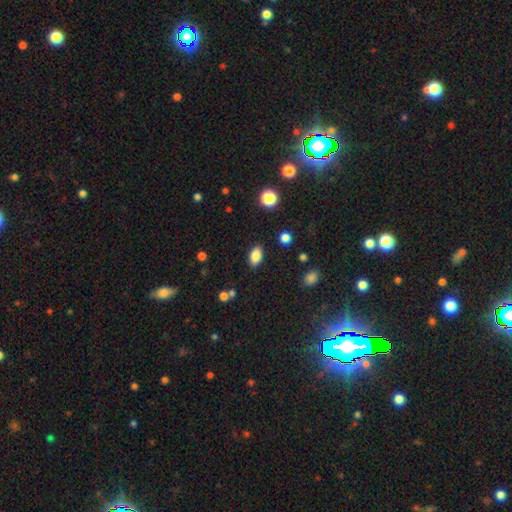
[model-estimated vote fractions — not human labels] The model was most divided on "smooth or featured": smooth: 85%, star or artifact: 9%, featured or disk: 6%. More confident: how rounded — in between (90%); merging — none (86%).